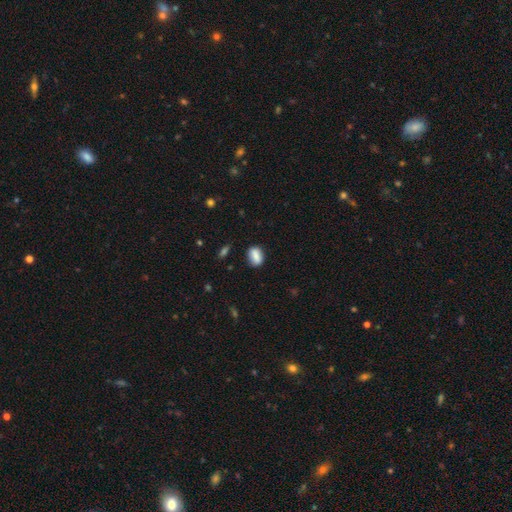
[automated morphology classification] This appears to be a smooth galaxy with no disk features (83%) that is in between round and cigar-shaped (79%). Merging: none (78%).